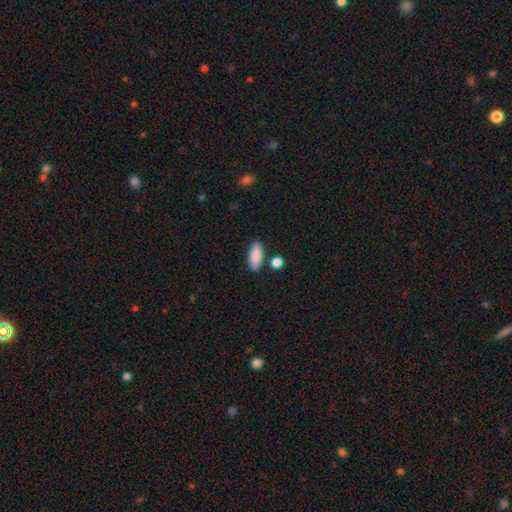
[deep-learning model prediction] This appears to be a smooth galaxy with no disk features (88%) that is in between round and cigar-shaped (75%). Merging: none (81%).